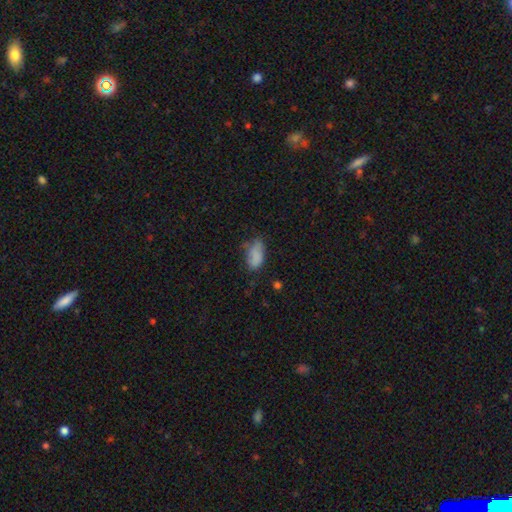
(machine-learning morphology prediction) The model was most divided on "merging": none: 43%, minor disturbance: 36%, major disturbance: 17%, merger: 4%. More confident: how rounded — in between (92%); smooth or featured — smooth (79%).